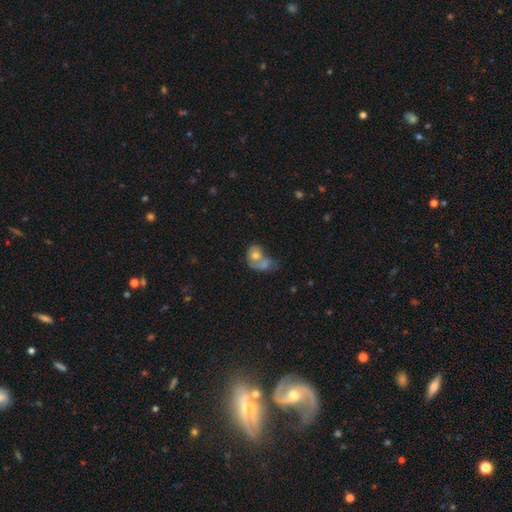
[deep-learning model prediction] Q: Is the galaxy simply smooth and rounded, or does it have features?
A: smooth — 55%.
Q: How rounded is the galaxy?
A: in between — 54%.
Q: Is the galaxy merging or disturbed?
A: merger — 55%.